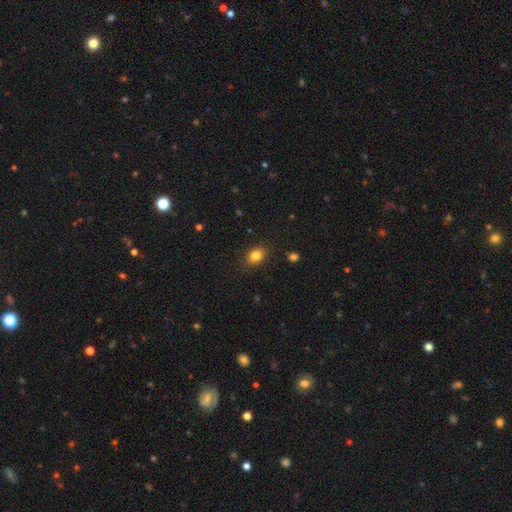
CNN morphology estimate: Smooth or featured? smooth (83%)
How rounded? in between (59%)
Merging? none (86%)